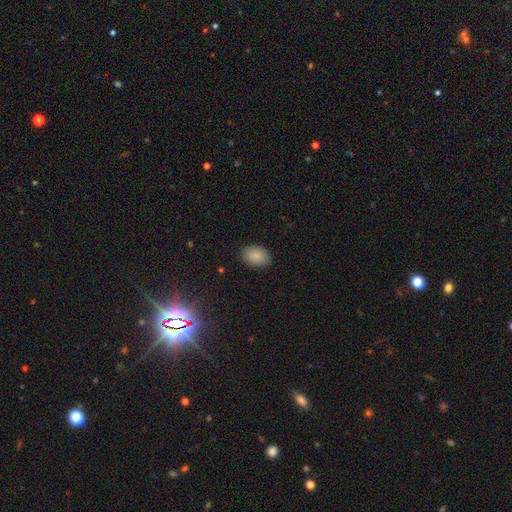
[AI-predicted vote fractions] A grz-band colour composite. It shows a smooth galaxy with no disk features (87%) that is in between round and cigar-shaped (83%). Merging: none (86%).